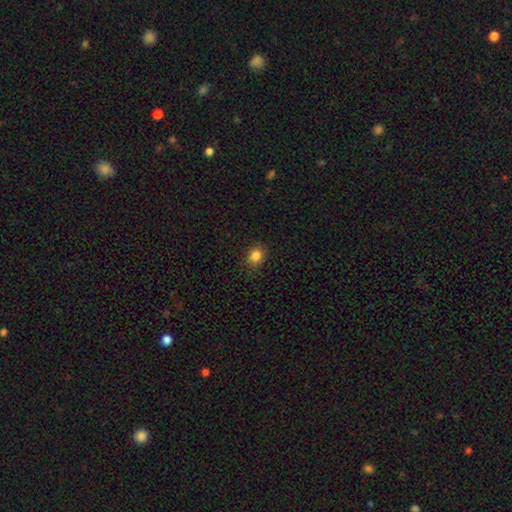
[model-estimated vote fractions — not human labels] smooth-or-featured: smooth: 84% | star or artifact: 11% | featured or disk: 4%
  how-rounded: round: 59% | in between: 41% | cigar-shaped: 1%
  merging: none: 87% | minor disturbance: 10% | major disturbance: 3% | merger: 1%